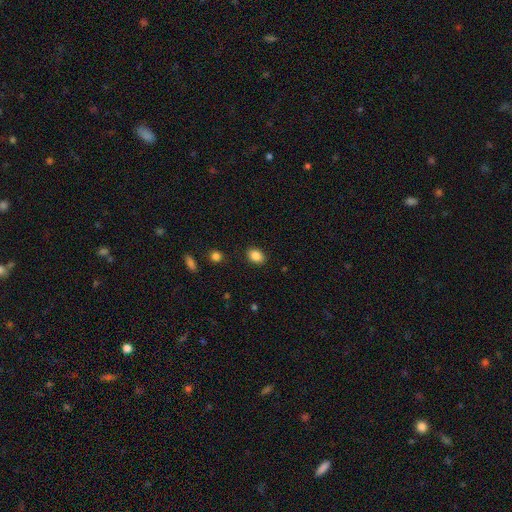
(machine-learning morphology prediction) Smooth or featured: smooth — 86% (star or artifact — 9%)
How rounded: in between — 71% (round — 28%)
Merging: none — 88% (minor disturbance — 9%)